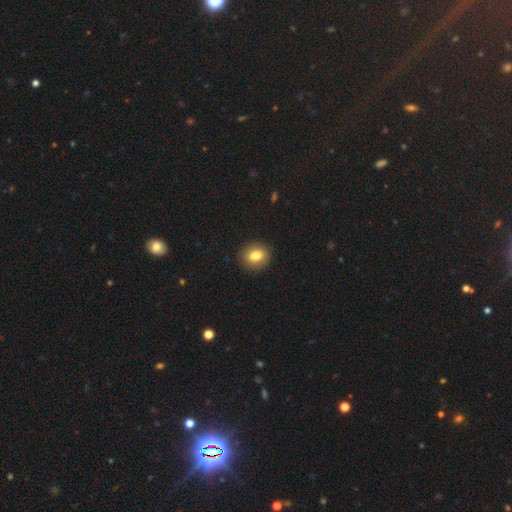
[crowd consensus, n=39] A smooth galaxy with no disk features (79%) that is round (68%). Merging: none (94%).